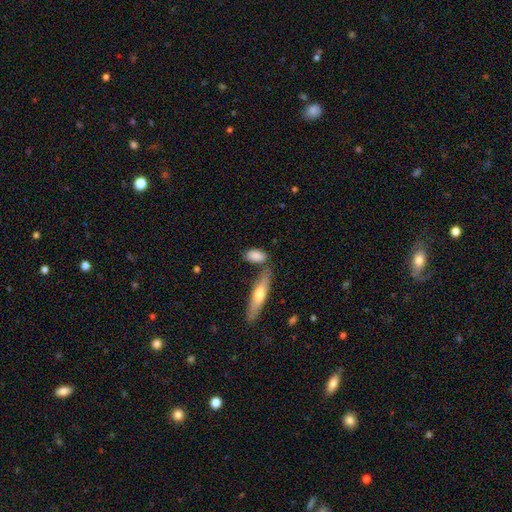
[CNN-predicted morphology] smooth-or-featured: smooth: 81% | featured or disk: 12% | star or artifact: 6%
  how-rounded: in between: 78% | cigar-shaped: 17% | round: 4%
  merging: none: 59% | merger: 19% | minor disturbance: 17% | major disturbance: 5%